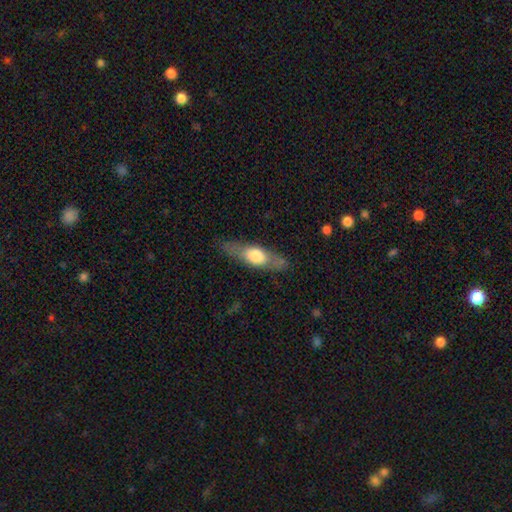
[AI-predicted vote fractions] A smooth galaxy with no disk features (51%) that is cigar-shaped (52%). Merging: none (80%).